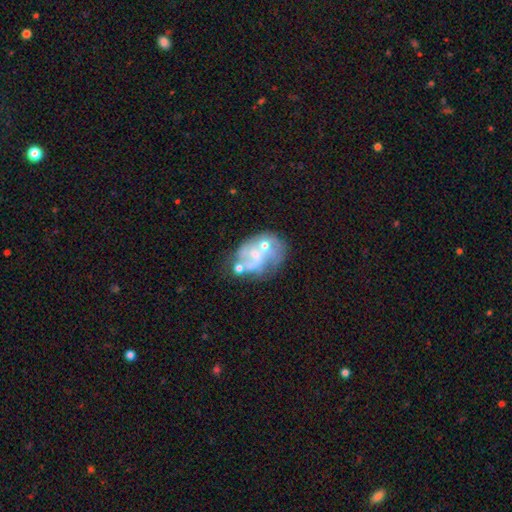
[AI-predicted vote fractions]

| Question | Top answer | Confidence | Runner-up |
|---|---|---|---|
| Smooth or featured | featured or disk | 64% | smooth (26%) |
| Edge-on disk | no | 98% | yes (2%) |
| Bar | no | 78% | weak (18%) |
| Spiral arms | no | 63% | yes (37%) |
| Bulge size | small | 44% | moderate (28%) |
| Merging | none | 32% | merger (25%) |